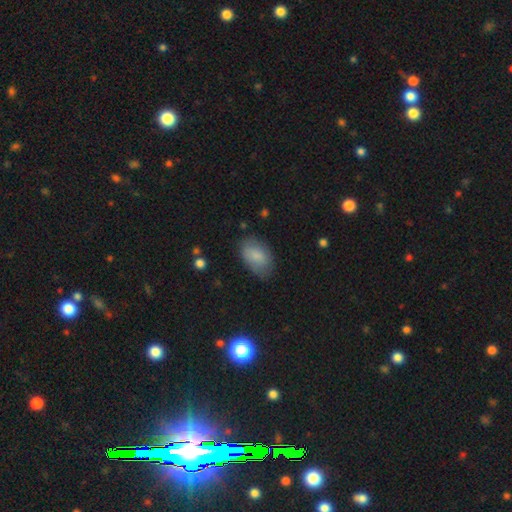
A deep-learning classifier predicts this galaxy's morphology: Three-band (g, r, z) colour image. It shows a smooth galaxy with no disk features (81%) that is in between round and cigar-shaped (92%). Merging: none (72%).